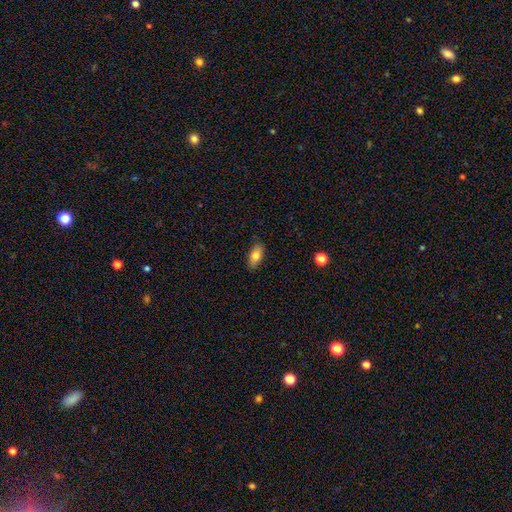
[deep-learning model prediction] A smooth galaxy with no disk features (78%) that is in between round and cigar-shaped (89%). Merging: none (85%).